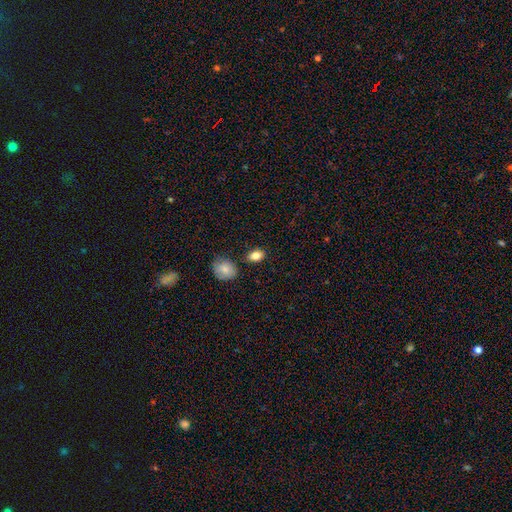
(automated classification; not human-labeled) Smooth or featured? Predicted: smooth (p=0.85). How rounded? Predicted: in between (p=0.80). Merging? Predicted: none (p=0.82).